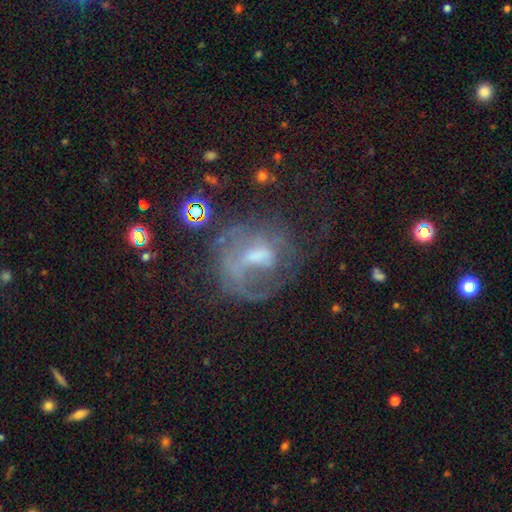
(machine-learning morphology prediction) smooth-or-featured: featured or disk: 62% | smooth: 22% | star or artifact: 17%
  disk-edge-on: no: 96% | yes: 4%
    bar: weak: 43% | no: 40% | strong: 17%
    has-spiral-arms: yes: 58% | no: 42%
    bulge-size: moderate: 42% | small: 28% | none: 19% | large: 9% | dominant: 2%
  merging: none: 41% | major disturbance: 36% | minor disturbance: 19% | merger: 4%